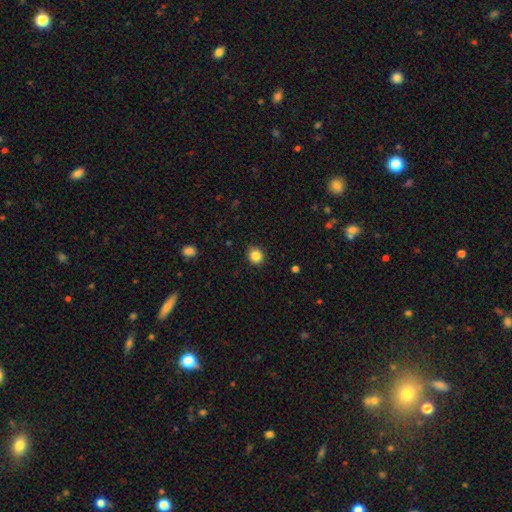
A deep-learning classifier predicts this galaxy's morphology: Smooth or featured: smooth — 86% (star or artifact — 10%)
How rounded: round — 76% (in between — 23%)
Merging: none — 88% (minor disturbance — 9%)